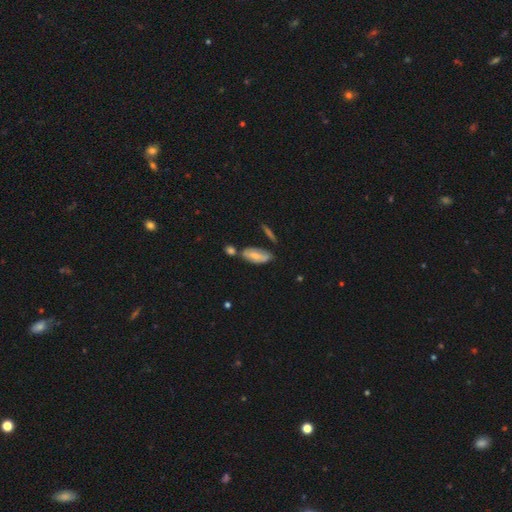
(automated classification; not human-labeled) Smooth or featured?
  - smooth: 65% *
  - featured or disk: 28%
  - star or artifact: 7%
How rounded?
  - in between: 81% *
  - cigar-shaped: 16%
  - round: 3%
Merging?
  - none: 53% *
  - minor disturbance: 22%
  - merger: 18%
  - major disturbance: 7%